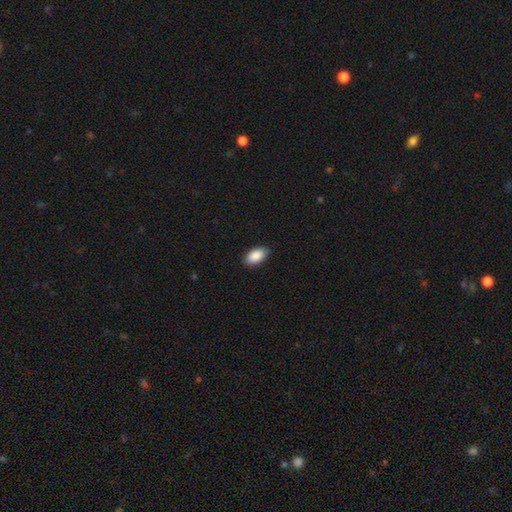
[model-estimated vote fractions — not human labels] Overall: smooth (90%). How rounded: in between (95%). Merging: none (86%).